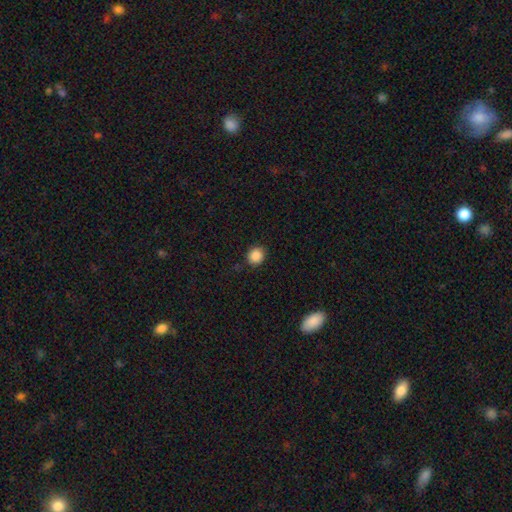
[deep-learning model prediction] Smooth or featured?
  - smooth: 87% *
  - star or artifact: 10%
  - featured or disk: 3%
How rounded?
  - round: 84% *
  - in between: 15%
  - cigar-shaped: 1%
Merging?
  - none: 88% *
  - minor disturbance: 9%
  - major disturbance: 2%
  - merger: 1%